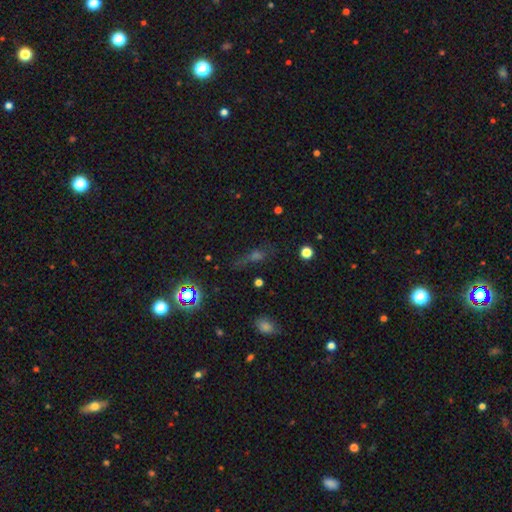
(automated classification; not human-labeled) smooth-or-featured: star or artifact: 43% | smooth: 34% | featured or disk: 23%